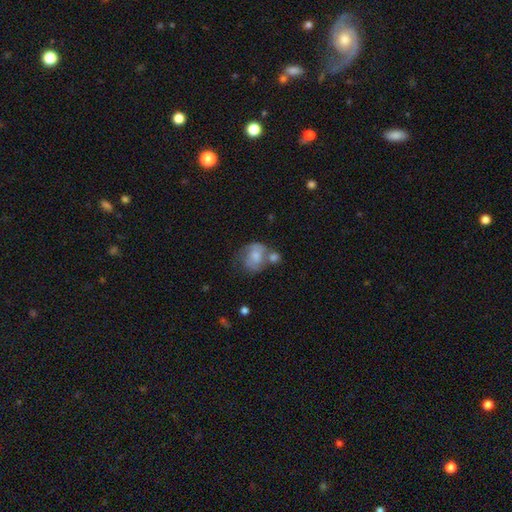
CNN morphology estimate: smooth-or-featured: smooth: 62% | featured or disk: 30% | star or artifact: 8%
  how-rounded: round: 57% | in between: 42% | cigar-shaped: 1%
  merging: merger: 35% | none: 31% | minor disturbance: 20% | major disturbance: 14%